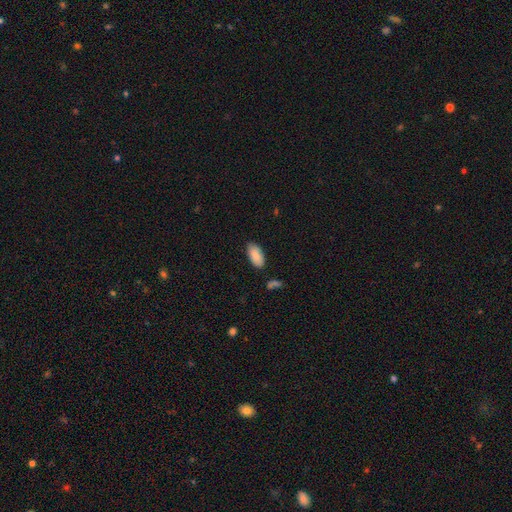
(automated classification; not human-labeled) smooth_or_featured: smooth (p=0.88) [alt: featured or disk p=0.06]
how_rounded: in between (p=0.93) [alt: cigar-shaped p=0.05]
merging: none (p=0.83) [alt: minor disturbance p=0.12]